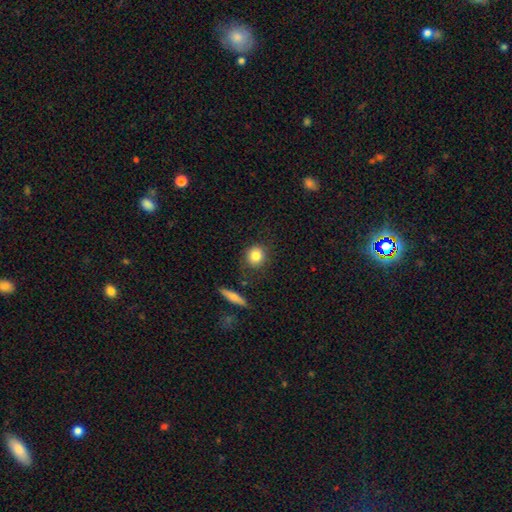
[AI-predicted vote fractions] smooth 83%, star or artifact 9%, featured or disk 8%. Down the decision tree: how rounded — round (81%); merging — none (84%).